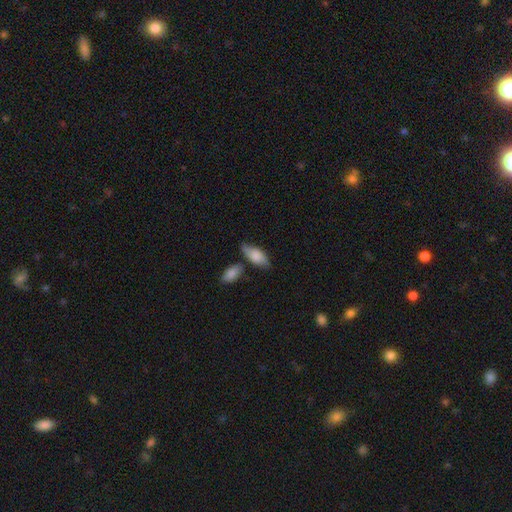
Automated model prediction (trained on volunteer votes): Smooth or featured: smooth — 73% (featured or disk — 20%)
How rounded: in between — 88% (cigar-shaped — 9%)
Merging: none — 52% (minor disturbance — 27%)